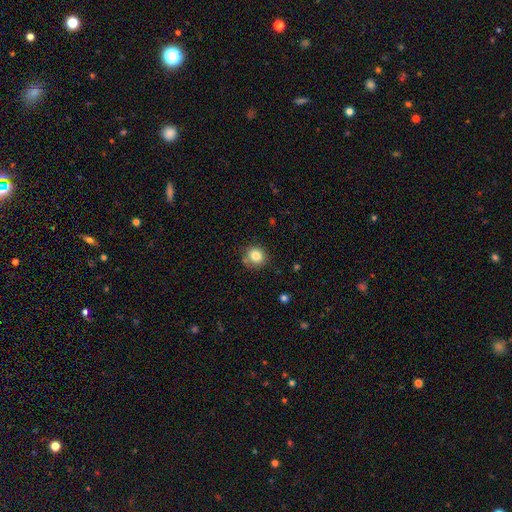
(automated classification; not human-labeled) The model was most divided on "merging": none: 80%, minor disturbance: 13%, merger: 5%, major disturbance: 3%. More confident: how rounded — round (86%); smooth or featured — smooth (82%).